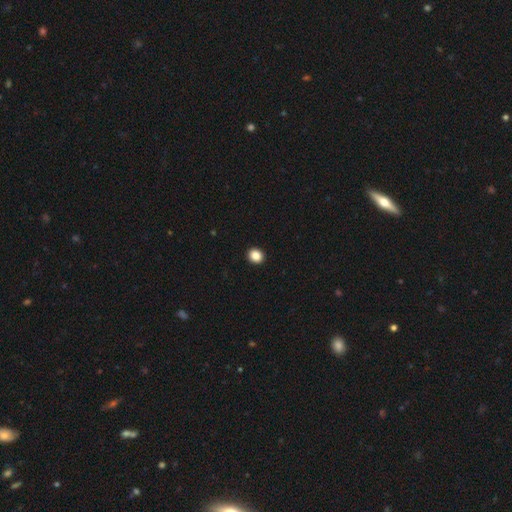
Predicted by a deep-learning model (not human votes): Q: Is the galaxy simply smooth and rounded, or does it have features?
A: smooth — 87%.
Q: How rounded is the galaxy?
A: round — 75%.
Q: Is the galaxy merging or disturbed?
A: none — 94%.